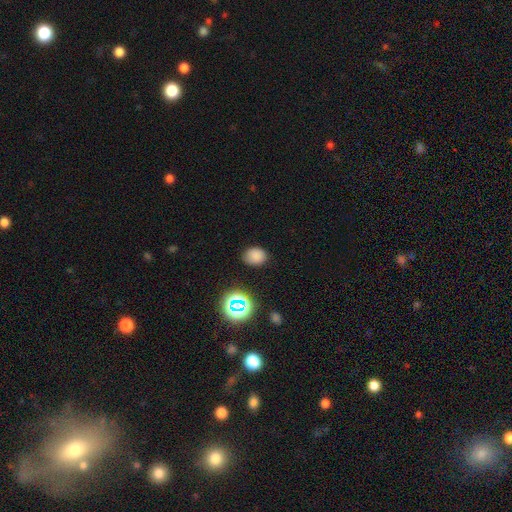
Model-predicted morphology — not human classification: type=smooth (78%); roundness=in between (53%); merging=none (82%).